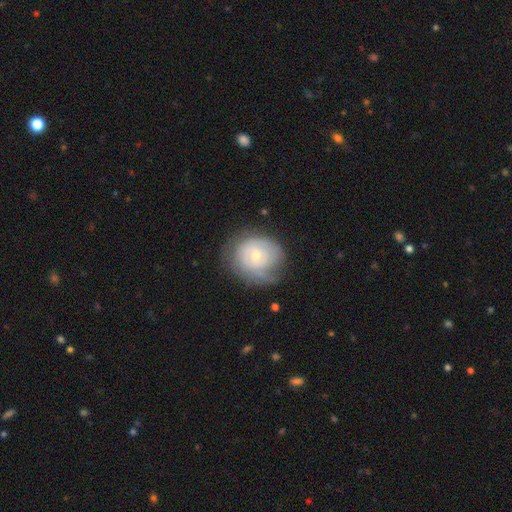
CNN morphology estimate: type=featured or disk (61%); edge-on=no (97%); bar=no (77%); spiral arms=yes (72%); bulge=small (59%); merging=none (59%).